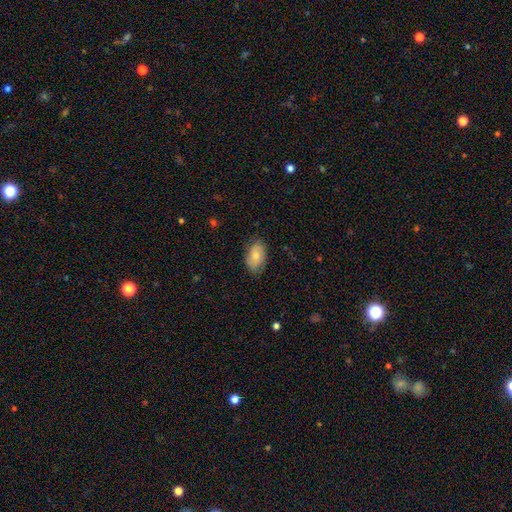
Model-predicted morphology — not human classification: smooth-or-featured: smooth: 67% | featured or disk: 26% | star or artifact: 7%
  how-rounded: in between: 90% | round: 8% | cigar-shaped: 1%
  merging: none: 76% | minor disturbance: 19% | major disturbance: 4% | merger: 1%